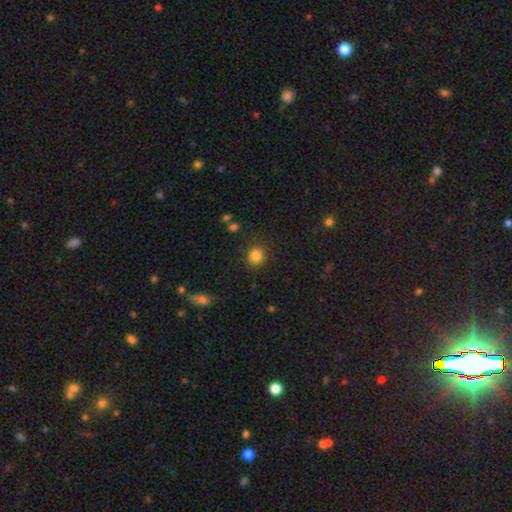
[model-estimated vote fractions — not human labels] A smooth galaxy with no disk features (84%) that is round (89%).

Vote fractions:
- Smooth or featured? smooth: 84% / star or artifact: 11% / featured or disk: 5%
- How rounded? round: 89% / in between: 10% / cigar-shaped: 1%
- Merging? none: 88% / minor disturbance: 7% / major disturbance: 3% / merger: 2%